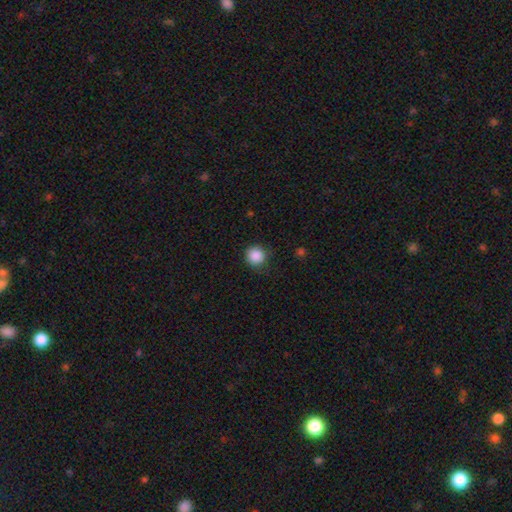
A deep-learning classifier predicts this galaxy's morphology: type=smooth (88%); roundness=round (94%); merging=none (87%).